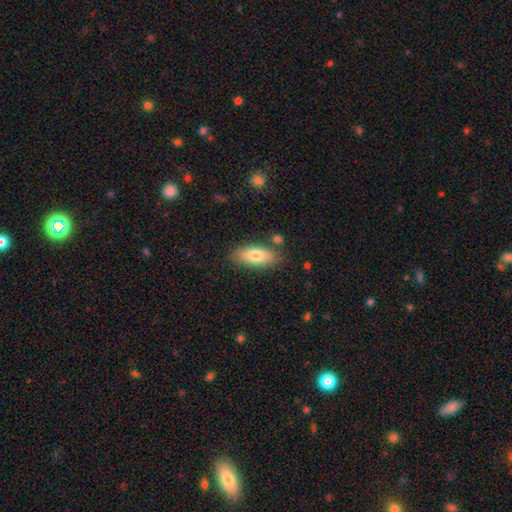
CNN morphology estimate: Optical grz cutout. It shows a smooth galaxy with no disk features (78%) that is in between round and cigar-shaped (76%). Merging: none (81%).